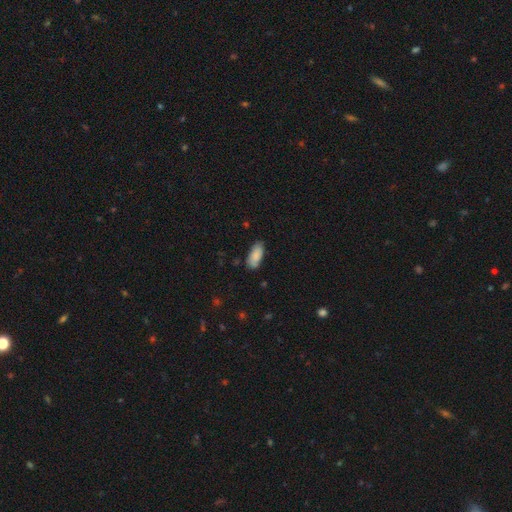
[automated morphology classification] Q: Smooth or featured?
A: smooth (87%); runner-up: featured or disk (7%)
Q: How rounded?
A: in between (86%); runner-up: cigar-shaped (12%)
Q: Merging?
A: none (79%); runner-up: minor disturbance (16%)